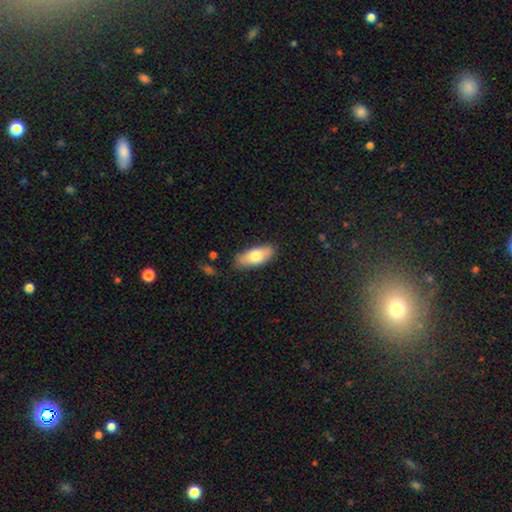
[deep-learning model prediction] A smooth galaxy with no disk features (75%) that is in between round and cigar-shaped (81%).

Vote fractions:
- Smooth or featured? smooth: 75% / featured or disk: 19% / star or artifact: 6%
- How rounded? in between: 81% / cigar-shaped: 17% / round: 2%
- Merging? none: 82% / minor disturbance: 14% / major disturbance: 3% / merger: 2%